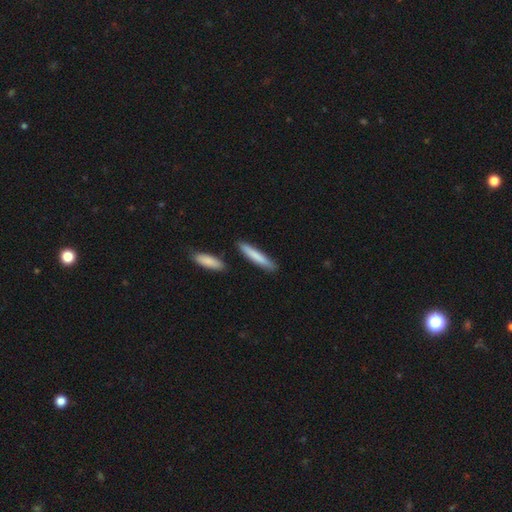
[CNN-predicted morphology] This appears to be a smooth galaxy with no disk features (79%) that is cigar-shaped (91%). Merging: none (86%).